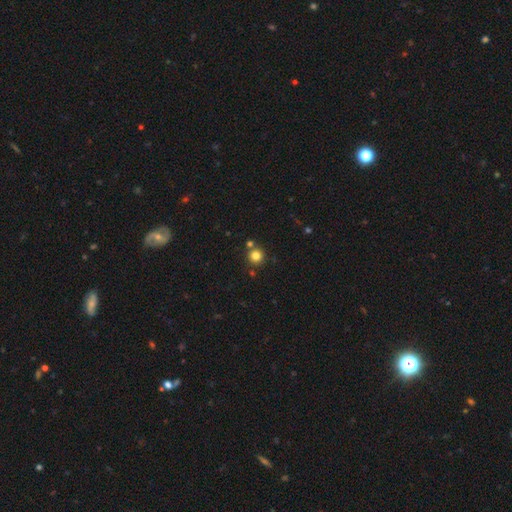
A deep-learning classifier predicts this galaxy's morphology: smooth_or_featured: smooth (p=0.81) [alt: star or artifact p=0.13]
how_rounded: round (p=0.94) [alt: in between p=0.05]
merging: none (p=0.80) [alt: merger p=0.11]